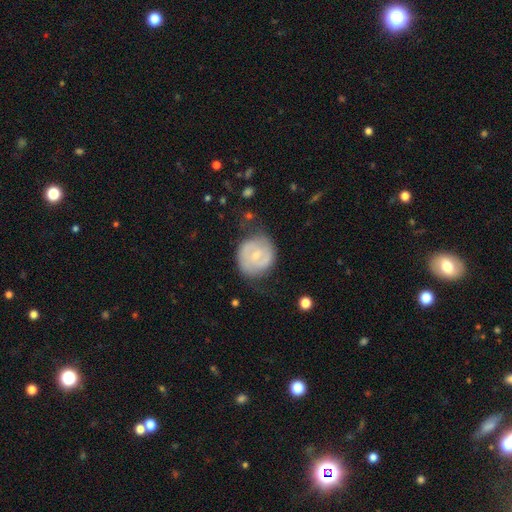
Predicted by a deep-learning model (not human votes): Morphology: type=featured or disk (59%); edge-on=no (97%); bar=no (50%); spiral arms=yes (70%); bulge=small (59%); merging=none (63%).